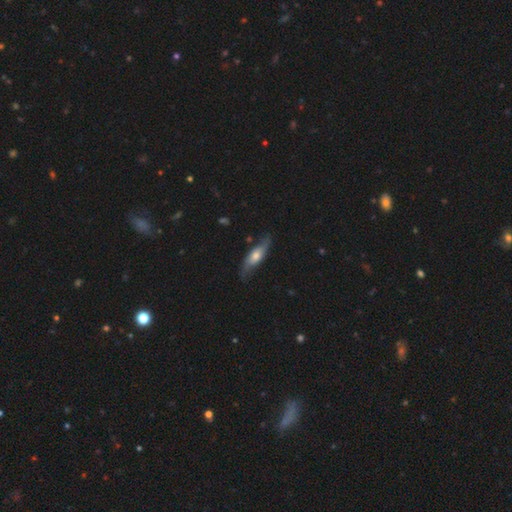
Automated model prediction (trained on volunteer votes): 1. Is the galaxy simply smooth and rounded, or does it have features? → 50% featured or disk, 44% smooth, 6% star or artifact.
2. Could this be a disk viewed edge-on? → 53% no, 47% yes.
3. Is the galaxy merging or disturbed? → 71% none, 22% minor disturbance, 5% major disturbance, 2% merger.